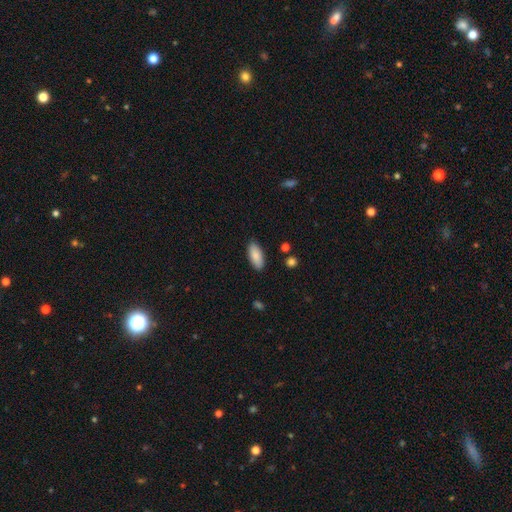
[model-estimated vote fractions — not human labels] Smooth or featured? smooth (87%)
How rounded? in between (85%)
Merging? none (87%)